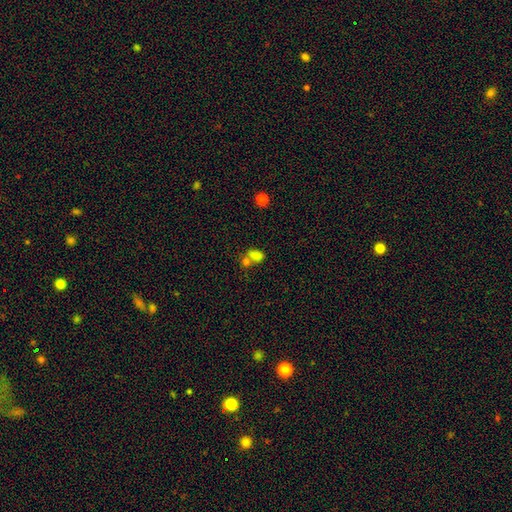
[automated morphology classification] smooth-or-featured: smooth: 77% | star or artifact: 13% | featured or disk: 10%
  how-rounded: in between: 80% | round: 17% | cigar-shaped: 3%
  merging: merger: 55% | none: 30% | minor disturbance: 9% | major disturbance: 5%